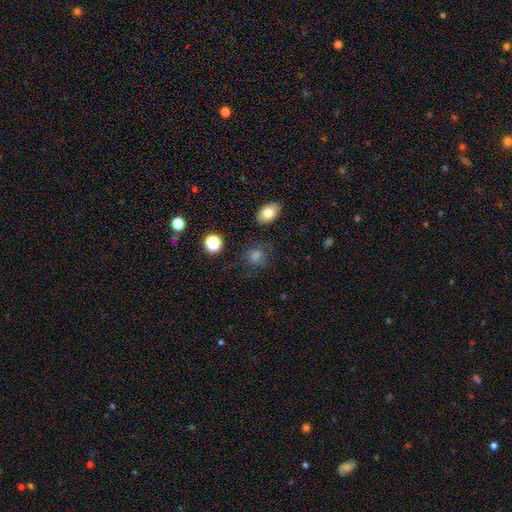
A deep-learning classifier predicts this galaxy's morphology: smooth-or-featured: smooth: 67% | star or artifact: 22% | featured or disk: 11%
  how-rounded: round: 76% | in between: 23% | cigar-shaped: 1%
  merging: none: 78% | minor disturbance: 14% | major disturbance: 6% | merger: 3%